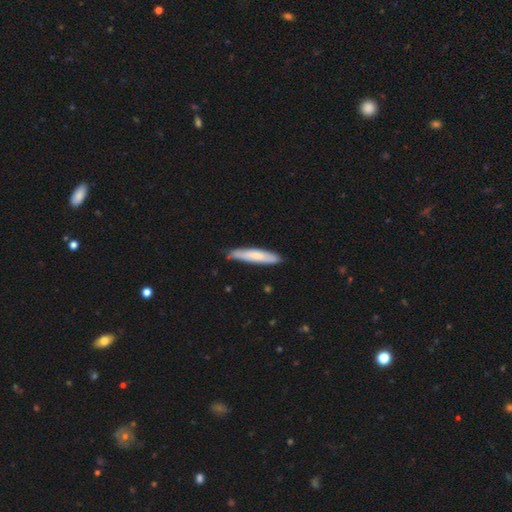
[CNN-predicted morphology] Smooth or featured? Predicted: smooth (p=0.70). How rounded? Predicted: cigar-shaped (p=0.89). Merging? Predicted: none (p=0.80).